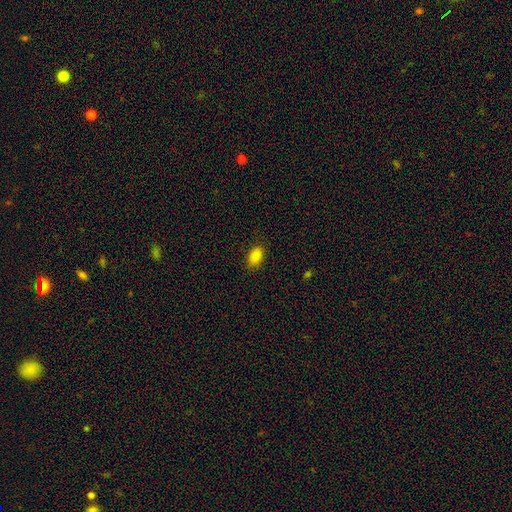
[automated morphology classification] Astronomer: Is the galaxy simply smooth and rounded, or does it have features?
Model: smooth — 85%.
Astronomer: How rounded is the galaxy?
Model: in between — 88%.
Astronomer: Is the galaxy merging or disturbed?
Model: none — 85%.